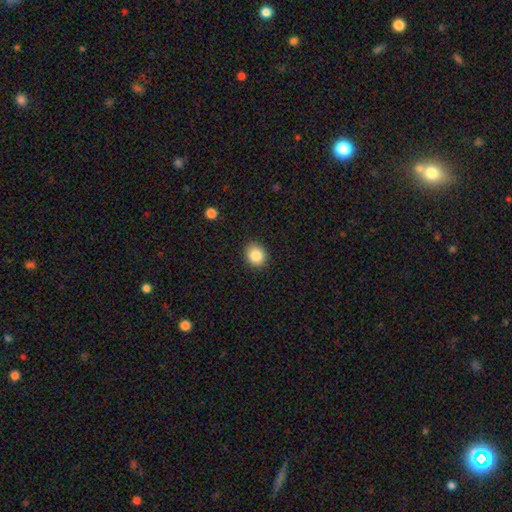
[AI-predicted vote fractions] smooth_or_featured: smooth (p=0.85) [alt: star or artifact p=0.09]
how_rounded: round (p=0.68) [alt: in between p=0.31]
merging: none (p=0.89) [alt: minor disturbance p=0.08]